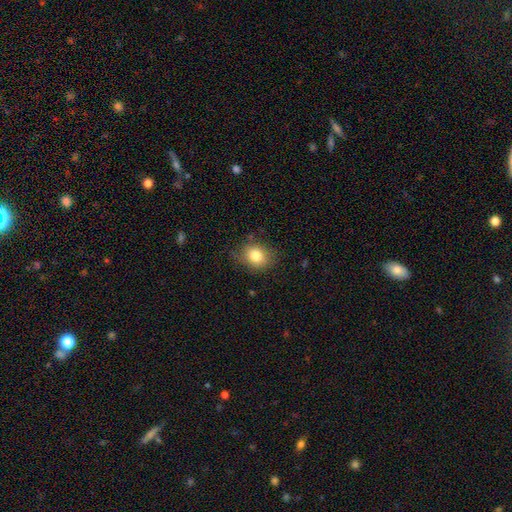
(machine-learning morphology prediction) The model was most divided on "how rounded": round: 55%, in between: 44%, cigar-shaped: 1%. More confident: smooth or featured — smooth (81%); merging — none (78%).